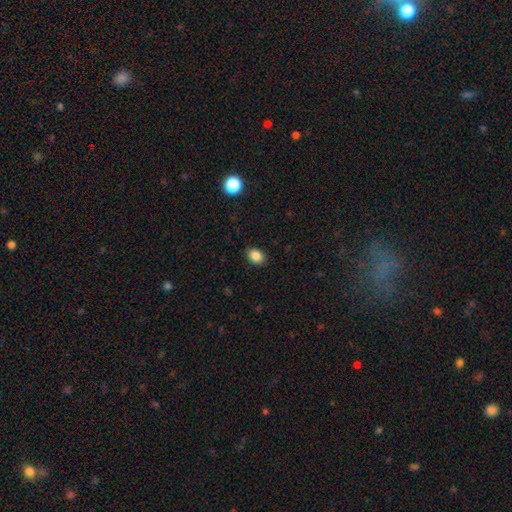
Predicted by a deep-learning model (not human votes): Smooth or featured: smooth — 86% (star or artifact — 10%)
How rounded: in between — 67% (round — 32%)
Merging: none — 88% (minor disturbance — 9%)